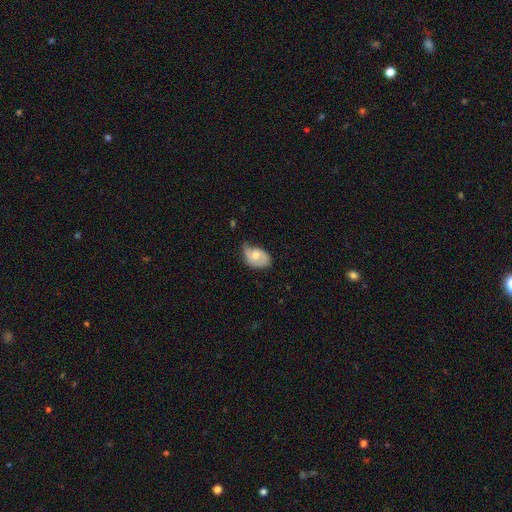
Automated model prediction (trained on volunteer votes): A smooth galaxy with no disk features (47%, tied with featured or disk).

Vote fractions:
- Smooth or featured? smooth: 47% (tied) / featured or disk: 47% (tied) / star or artifact: 7%
- Merging? minor disturbance: 42% / none: 38% / major disturbance: 18% / merger: 3%